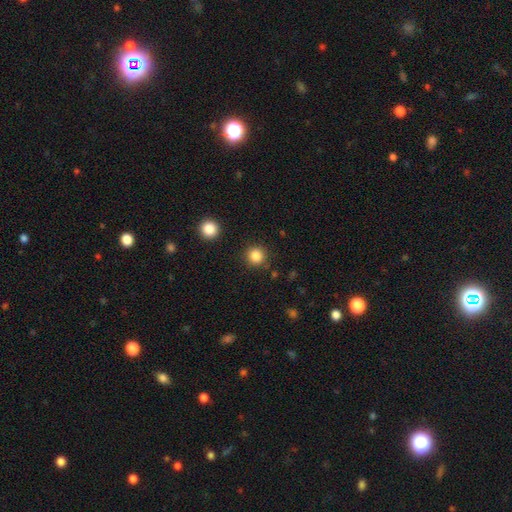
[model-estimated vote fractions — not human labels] smooth-or-featured: smooth: 85% | star or artifact: 12% | featured or disk: 4%
  how-rounded: round: 93% | in between: 6% | cigar-shaped: 1%
  merging: none: 88% | minor disturbance: 7% | major disturbance: 3% | merger: 2%